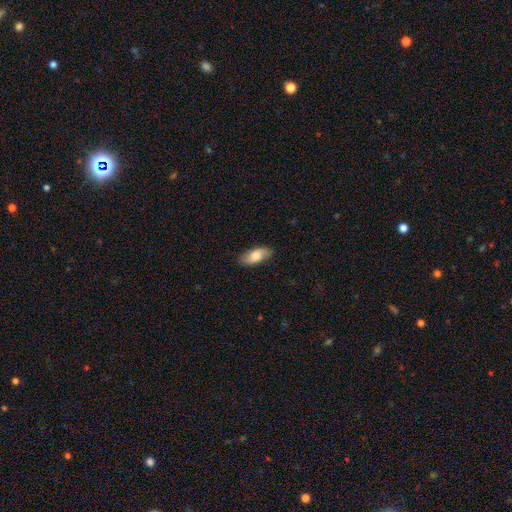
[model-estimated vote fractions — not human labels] Smooth or featured? smooth (74%)
How rounded? in between (85%)
Merging? none (86%)